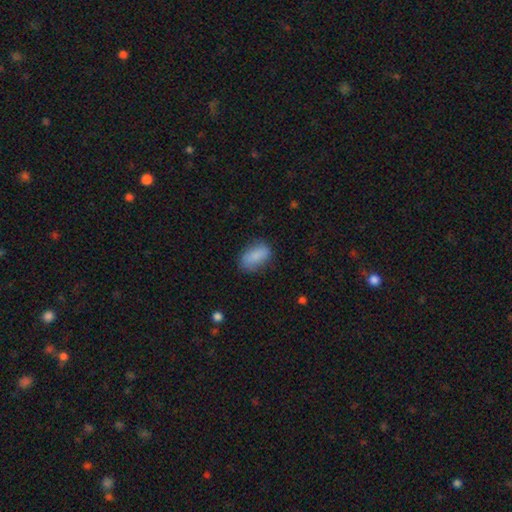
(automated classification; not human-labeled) This is clearly a smooth galaxy (85%). How rounded: clearly in between (90%). Merging: likely none (74%).